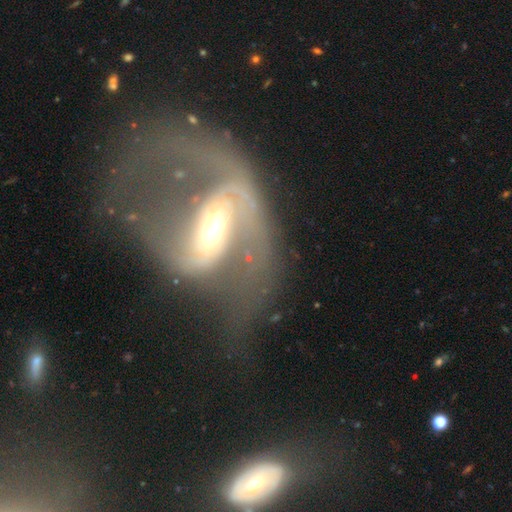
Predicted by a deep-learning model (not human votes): Overall: featured or disk (82%). Edge-on disk: no (95%). Bar: weak (39%; strong 38%). Spiral arms: yes (82%). Spiral arm count: 2 (67%). Spiral winding: loose (46%; medium 39%). Bulge size: moderate (53%; small 35%). Merging: major disturbance (49%; none 26%).